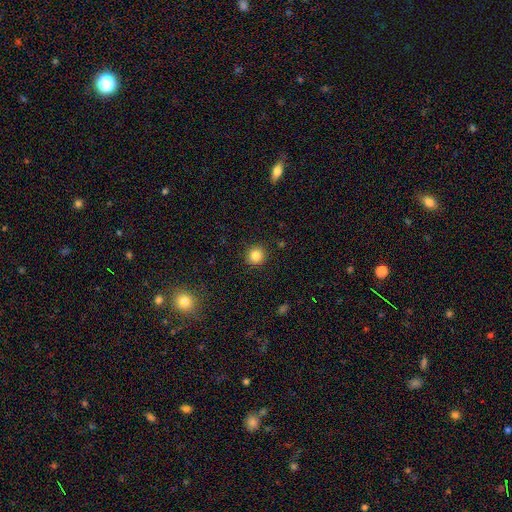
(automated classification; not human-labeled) Smooth or featured? smooth (84%)
How rounded? round (93%)
Merging? none (92%)